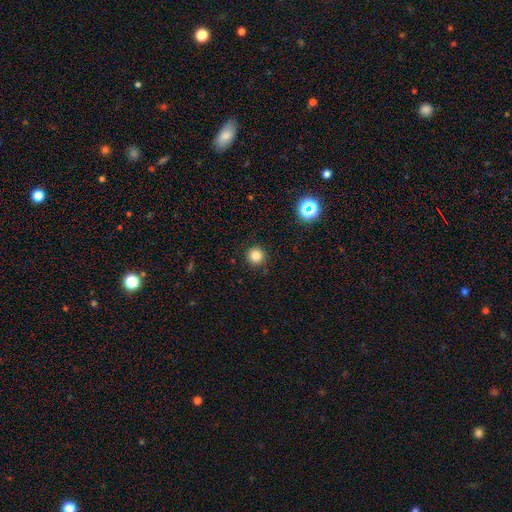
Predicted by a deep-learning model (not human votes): A smooth galaxy with no disk features (82%) that is round (96%). Merging: none (91%).